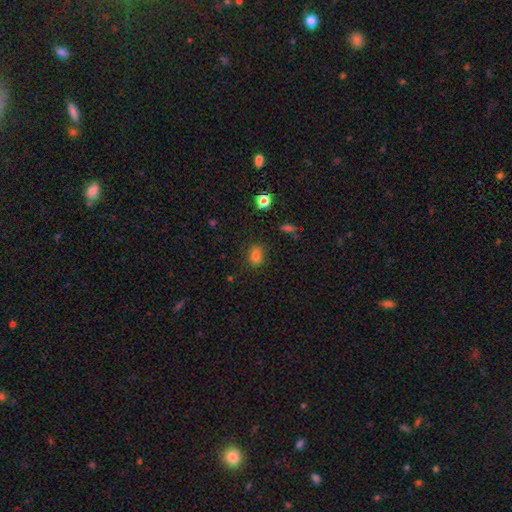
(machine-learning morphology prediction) Overall: smooth (80%). How rounded: in between (60%; round 39%). Merging: none (80%).